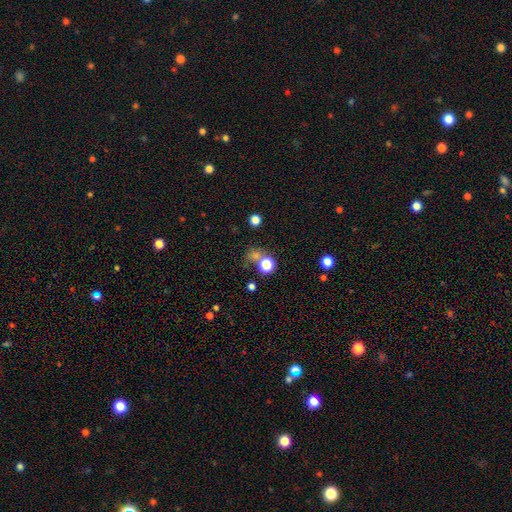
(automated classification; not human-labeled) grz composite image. It shows a smooth galaxy with no disk features (55%) that is round (82%). Merging: none (60%).